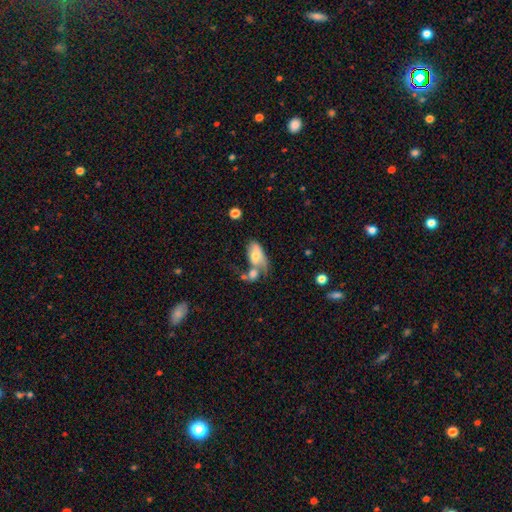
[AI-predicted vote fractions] smooth-or-featured: smooth: 60% | featured or disk: 32% | star or artifact: 7%
  how-rounded: in between: 90% | round: 5% | cigar-shaped: 5%
  merging: merger: 50% | none: 19% | major disturbance: 17% | minor disturbance: 14%